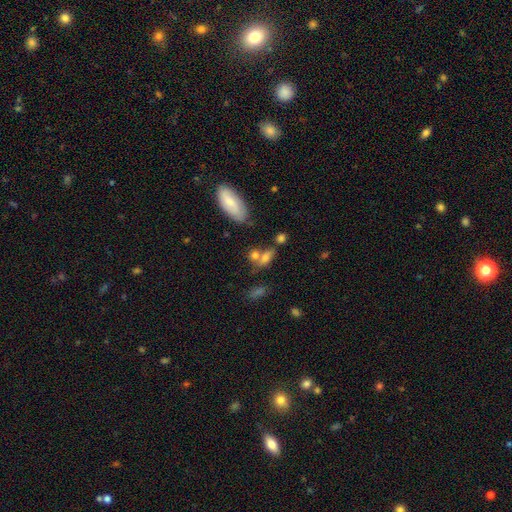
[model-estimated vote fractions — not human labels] smooth_or_featured: smooth (p=0.70) [alt: featured or disk p=0.17]
how_rounded: in between (p=0.59) [alt: round p=0.30]
merging: none (p=0.43) [alt: merger p=0.35]